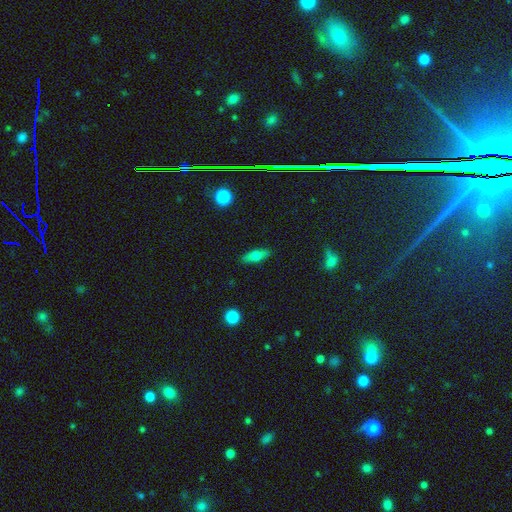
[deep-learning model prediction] Smooth or featured?
  - smooth: 63% *
  - featured or disk: 29%
  - star or artifact: 8%
How rounded?
  - in between: 55% *
  - cigar-shaped: 41%
  - round: 4%
Merging?
  - none: 88% *
  - minor disturbance: 9%
  - major disturbance: 2%
  - merger: 1%